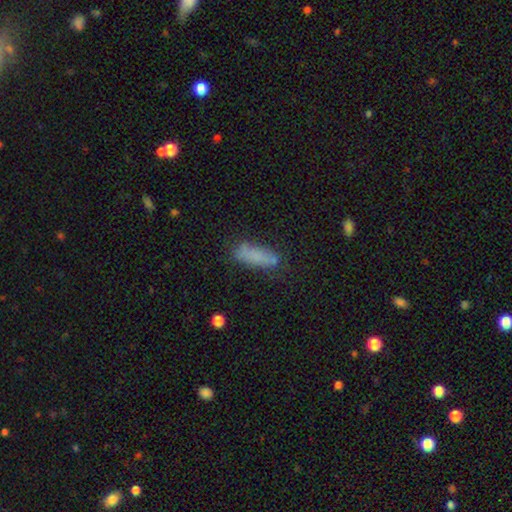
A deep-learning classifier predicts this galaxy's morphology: Smooth or featured? Predicted: smooth (p=0.80). How rounded? Predicted: cigar-shaped (p=0.51). Merging? Predicted: none (p=0.68).